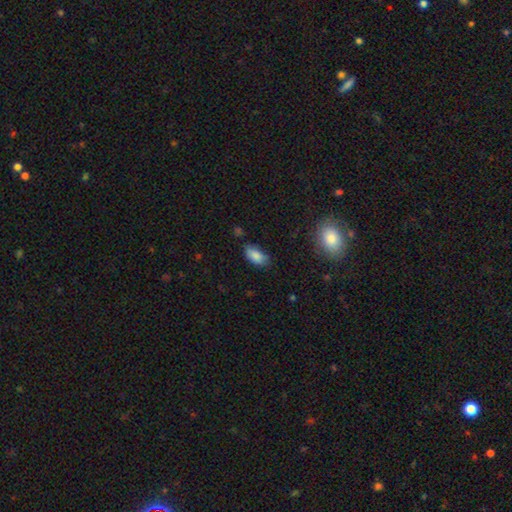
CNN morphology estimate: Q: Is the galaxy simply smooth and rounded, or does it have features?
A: smooth — 85%.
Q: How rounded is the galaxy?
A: in between — 92%.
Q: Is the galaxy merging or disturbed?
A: none — 69%.